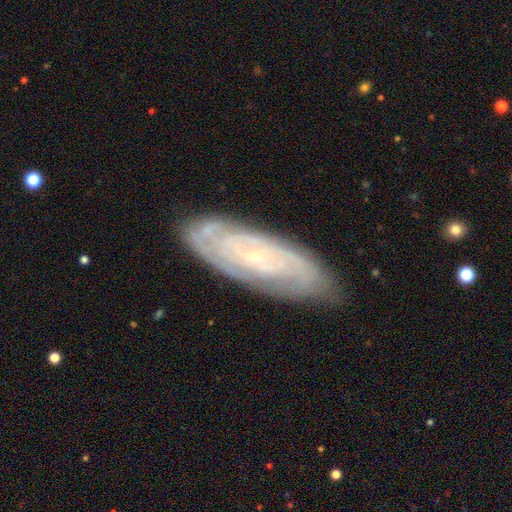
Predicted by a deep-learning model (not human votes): featured or disk 81%, smooth 12%, star or artifact 6%. Down the decision tree: edge-on disk — no (89%); bar — no (65%); spiral arms — yes (94%); spiral arm count — can't tell (40%); spiral winding — tight (76%); bulge size — small (84%); merging — none (81%).